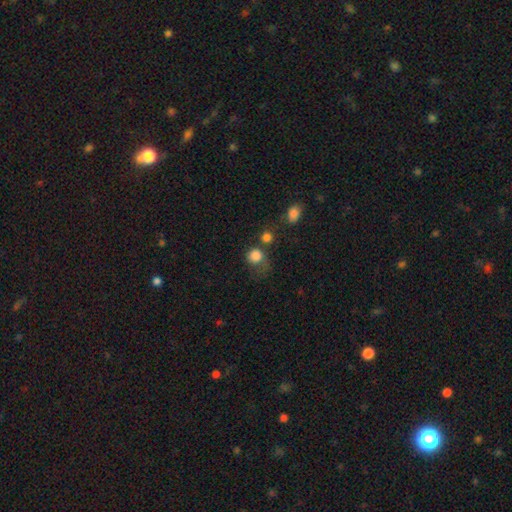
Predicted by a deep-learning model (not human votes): The model was most divided on "merging": none: 44%, merger: 21%, major disturbance: 18%, minor disturbance: 18%. More confident: how rounded — round (83%); smooth or featured — smooth (82%).